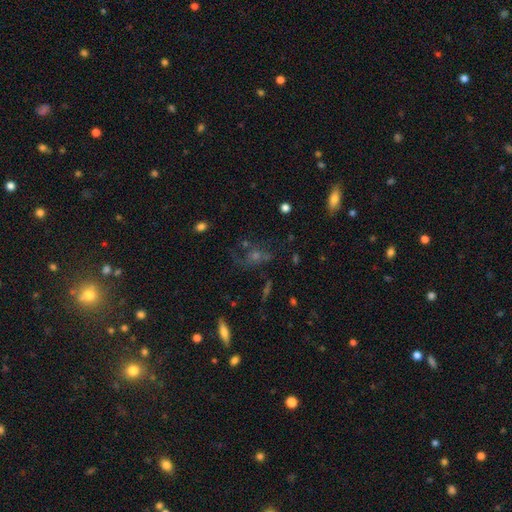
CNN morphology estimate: A star or artifact, not a galaxy (38%).

Vote fractions:
- Smooth or featured? star or artifact: 38% / featured or disk: 34% / smooth: 29%